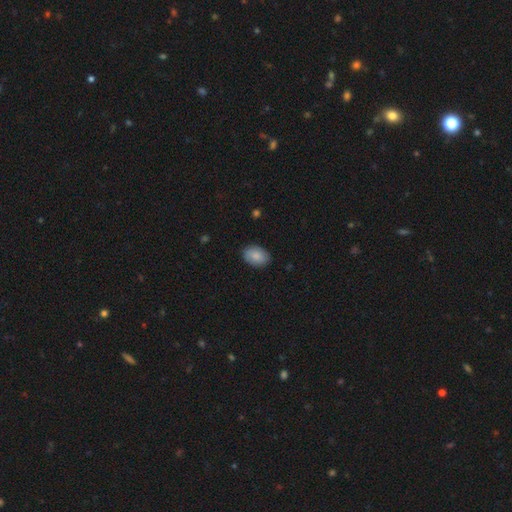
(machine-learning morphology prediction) A smooth galaxy with no disk features (85%) that is in between round and cigar-shaped (84%).

Vote fractions:
- Smooth or featured? smooth: 85% / featured or disk: 9% / star or artifact: 6%
- How rounded? in between: 84% / round: 15% / cigar-shaped: 1%
- Merging? none: 86% / minor disturbance: 11% / major disturbance: 2% / merger: 1%